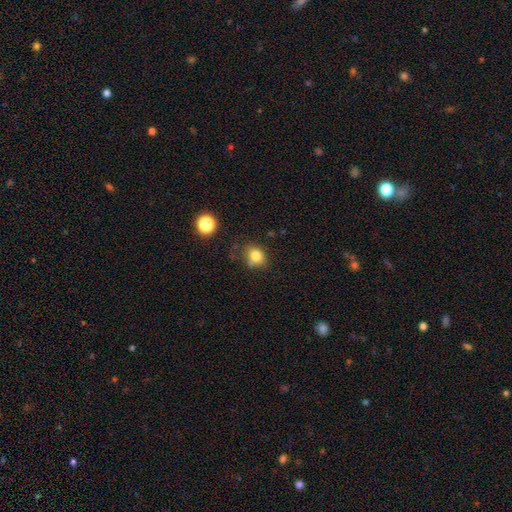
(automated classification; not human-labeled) Smooth or featured? smooth (79%)
How rounded? round (55%)
Merging? none (65%)